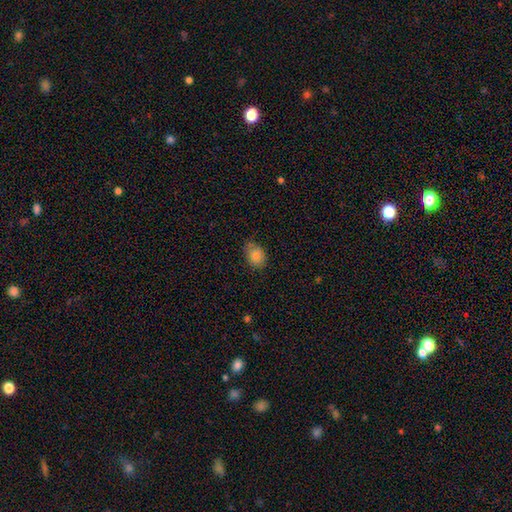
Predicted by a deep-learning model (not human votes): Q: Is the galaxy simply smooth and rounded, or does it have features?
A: smooth — 84%.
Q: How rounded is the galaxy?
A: in between — 65%.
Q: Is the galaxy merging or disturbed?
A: none — 71%.